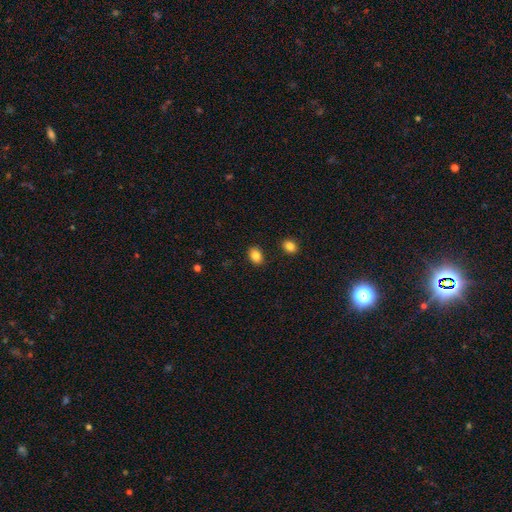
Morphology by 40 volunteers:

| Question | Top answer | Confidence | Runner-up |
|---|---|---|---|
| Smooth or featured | smooth | 92% | star or artifact (8%) |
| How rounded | in between | 59% | round (41%) |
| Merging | none | 89% | minor disturbance (5%) |